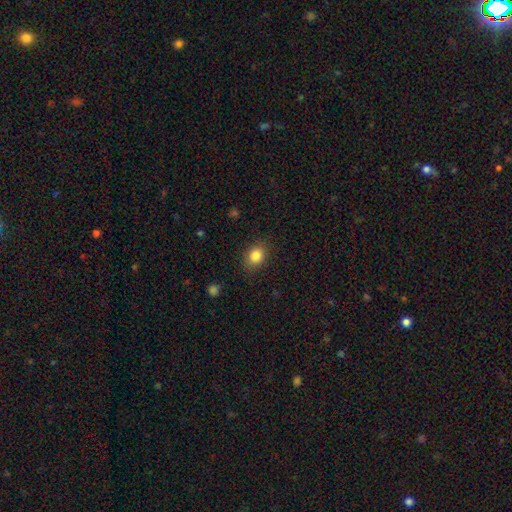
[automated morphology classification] smooth 84%, star or artifact 10%, featured or disk 6%. Down the decision tree: how rounded — round (55%); merging — none (85%).